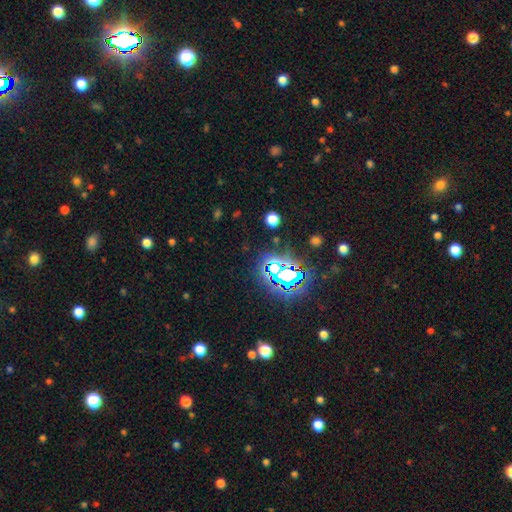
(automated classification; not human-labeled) smooth-or-featured: star or artifact: 82% | smooth: 11% | featured or disk: 7%